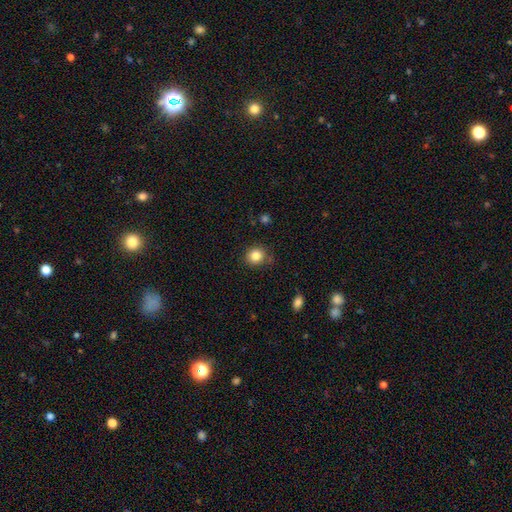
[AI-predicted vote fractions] Overall: smooth (84%). How rounded: round (83%). Merging: none (81%).